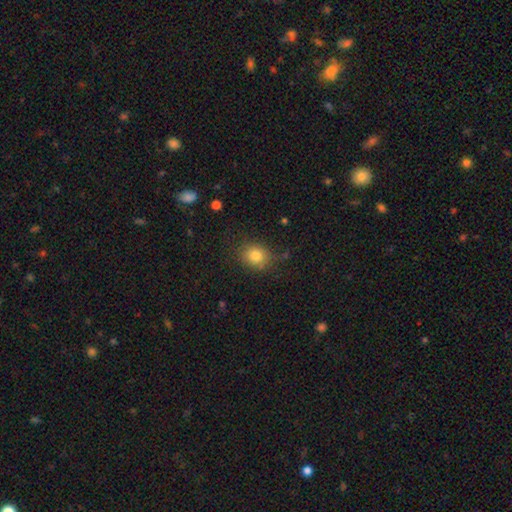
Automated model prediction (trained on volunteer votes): Q: Smooth or featured?
A: smooth (81%); runner-up: star or artifact (11%)
Q: How rounded?
A: round (64%); runner-up: in between (35%)
Q: Merging?
A: none (78%); runner-up: minor disturbance (16%)